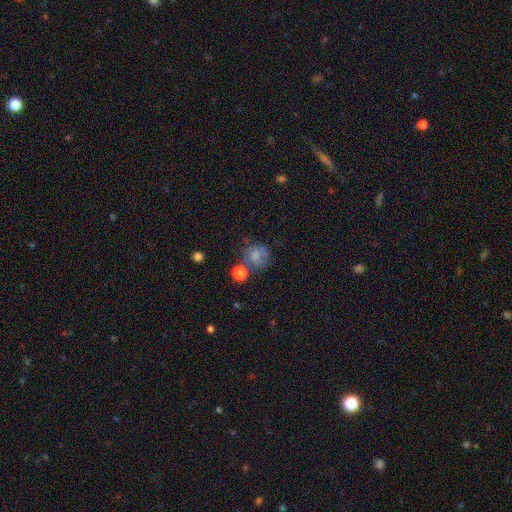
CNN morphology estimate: The model was most divided on "merging": none: 51%, minor disturbance: 19%, merger: 19%, major disturbance: 11%. More confident: how rounded — round (80%); smooth or featured — smooth (71%).